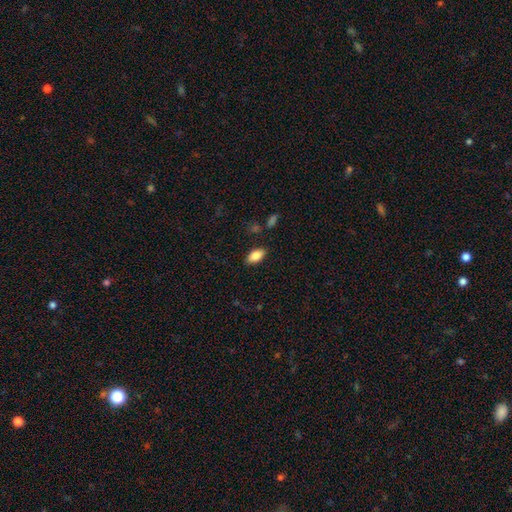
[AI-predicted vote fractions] The model was most divided on "smooth or featured": smooth: 83%, featured or disk: 9%, star or artifact: 7%. More confident: how rounded — in between (91%); merging — none (86%).